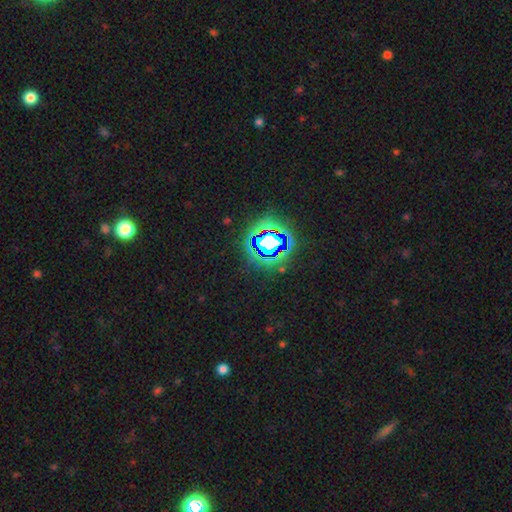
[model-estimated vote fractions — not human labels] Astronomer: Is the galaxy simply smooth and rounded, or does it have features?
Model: star or artifact — 83%.